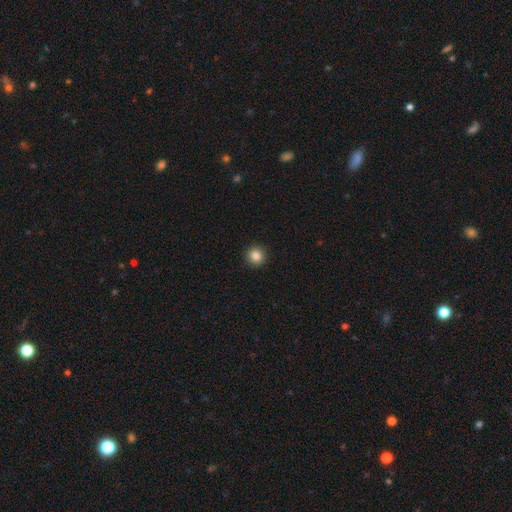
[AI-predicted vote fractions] The model was most divided on "smooth or featured": smooth: 85%, star or artifact: 11%, featured or disk: 5%. More confident: how rounded — round (94%); merging — none (93%).